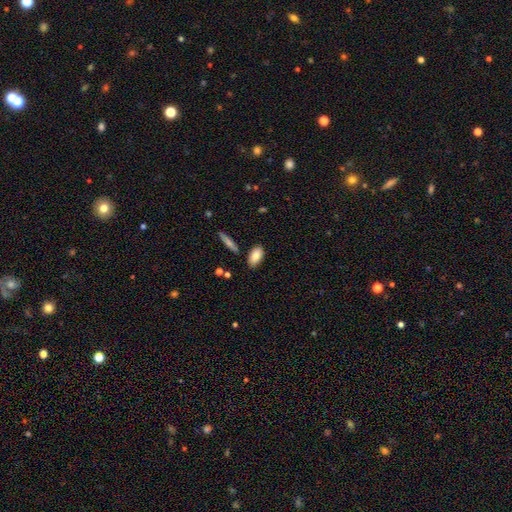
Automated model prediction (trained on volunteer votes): smooth 85%, featured or disk 9%, star or artifact 7%. Down the decision tree: how rounded — in between (91%); merging — none (83%).